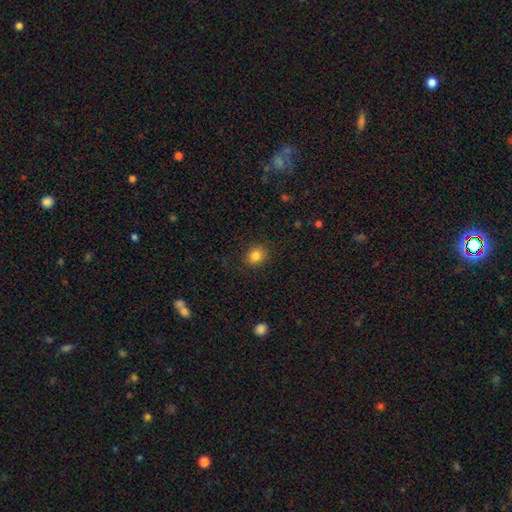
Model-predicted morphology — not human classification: A smooth galaxy with no disk features (84%) that is round (69%). Merging: none (87%).